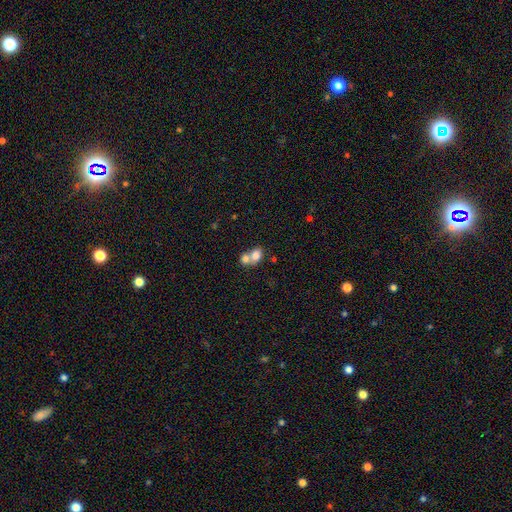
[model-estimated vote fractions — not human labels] Smooth or featured? smooth (76%)
How rounded? round (50%)
Merging? merger (69%)